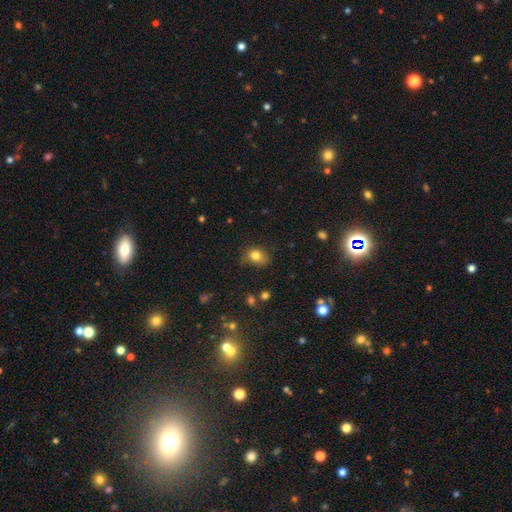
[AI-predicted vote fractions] A smooth galaxy with no disk features (81%) that is round (53%). Merging: none (67%).